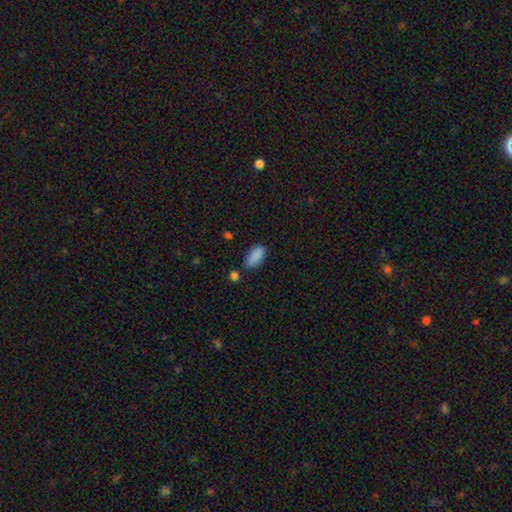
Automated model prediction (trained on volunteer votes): Smooth or featured?
  - smooth: 87% *
  - star or artifact: 8%
  - featured or disk: 5%
How rounded?
  - in between: 90% *
  - cigar-shaped: 7%
  - round: 3%
Merging?
  - none: 71% *
  - minor disturbance: 18%
  - merger: 7%
  - major disturbance: 4%